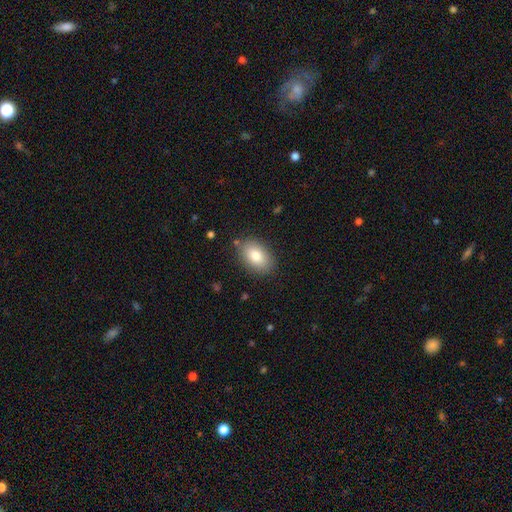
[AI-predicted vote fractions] This appears to be a smooth galaxy with no disk features (82%) that is in between round and cigar-shaped (90%). Merging: none (84%).